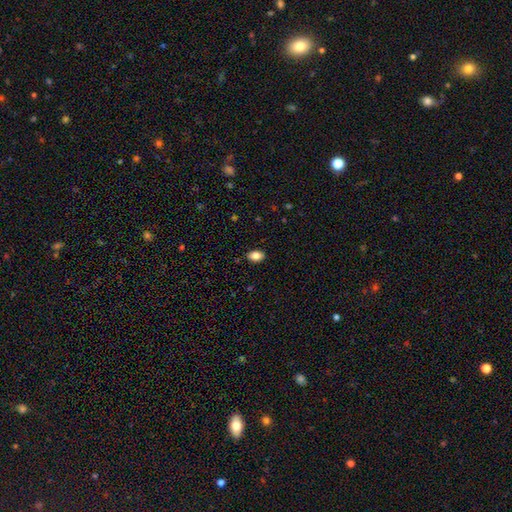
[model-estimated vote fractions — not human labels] smooth 86%, star or artifact 9%, featured or disk 5%. Down the decision tree: how rounded — in between (89%); merging — none (87%).